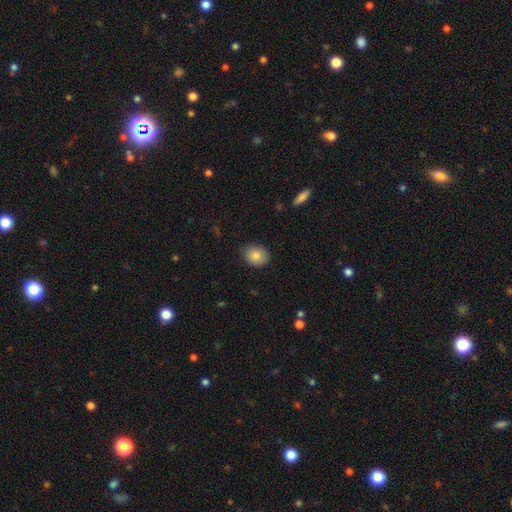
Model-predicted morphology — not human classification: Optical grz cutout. It shows a smooth galaxy with no disk features (83%) that is in between round and cigar-shaped (52%). Merging: none (84%).